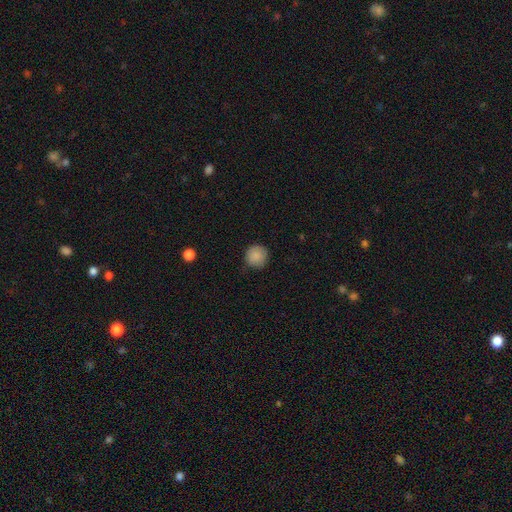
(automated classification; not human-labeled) smooth_or_featured: smooth (p=0.88) [alt: star or artifact p=0.08]
how_rounded: round (p=0.94) [alt: in between p=0.05]
merging: none (p=0.86) [alt: minor disturbance p=0.11]